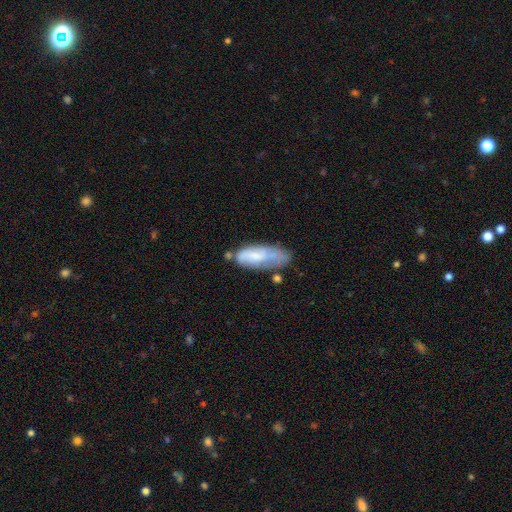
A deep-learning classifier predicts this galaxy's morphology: smooth-or-featured: smooth: 59% | featured or disk: 34% | star or artifact: 7%
  how-rounded: in between: 70% | cigar-shaped: 28% | round: 2%
  merging: none: 39% | minor disturbance: 31% | major disturbance: 17% | merger: 13%